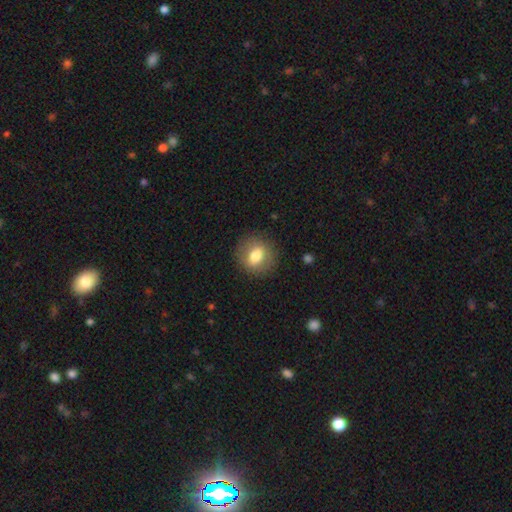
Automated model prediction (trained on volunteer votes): Smooth or featured? Predicted: smooth (p=0.73). How rounded? Predicted: round (p=0.73). Merging? Predicted: none (p=0.85).